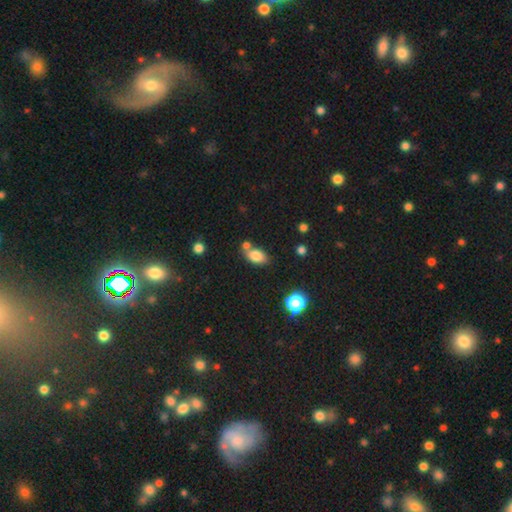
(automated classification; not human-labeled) Smooth or featured? Predicted: smooth (p=0.81). How rounded? Predicted: in between (p=0.88). Merging? Predicted: none (p=0.59).